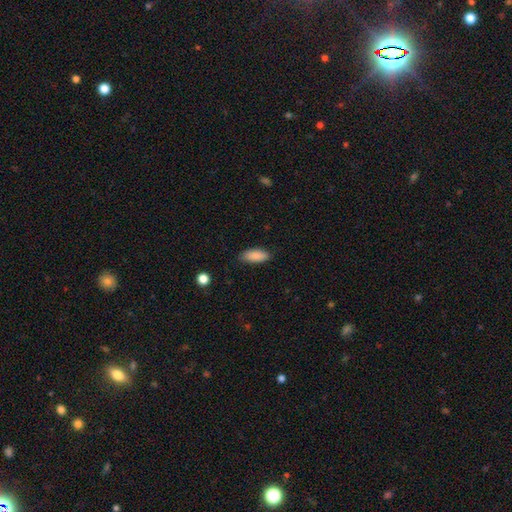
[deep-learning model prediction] Morphology: type=smooth (88%); roundness=in between (80%); merging=none (83%).